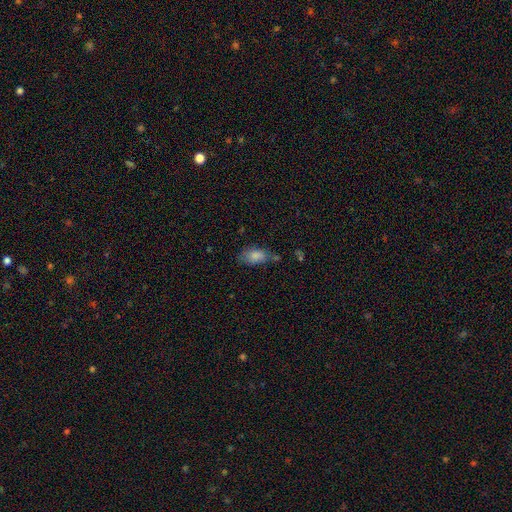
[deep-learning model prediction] Morphology: type=smooth (80%); roundness=in between (90%); merging=none (48%).